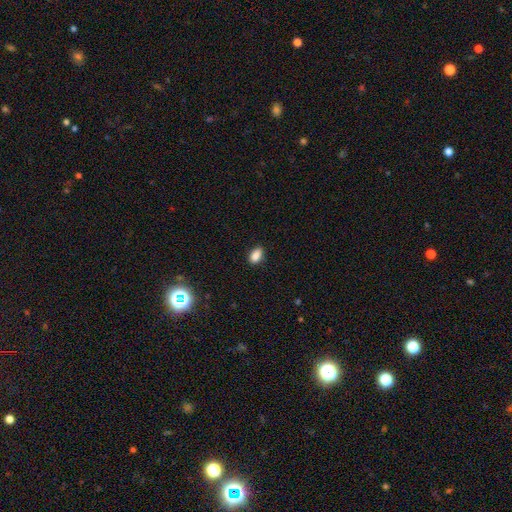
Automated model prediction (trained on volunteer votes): Smooth or featured?
  - smooth: 86% *
  - star or artifact: 10%
  - featured or disk: 4%
How rounded?
  - in between: 87% *
  - round: 10%
  - cigar-shaped: 3%
Merging?
  - none: 85% *
  - minor disturbance: 12%
  - major disturbance: 2%
  - merger: 1%